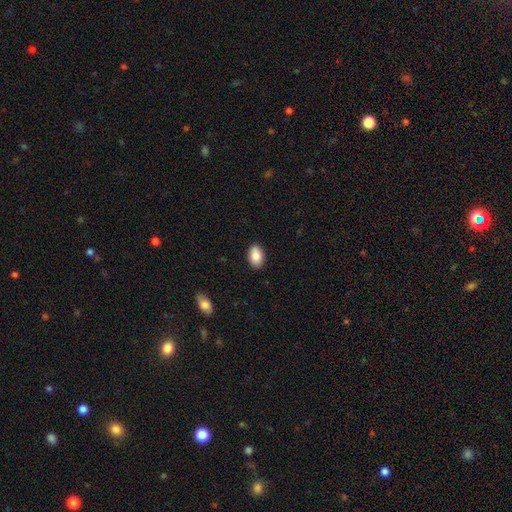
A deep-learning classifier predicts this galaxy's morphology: This is clearly a smooth galaxy (88%). How rounded: clearly in between (91%). Merging: clearly none (89%).